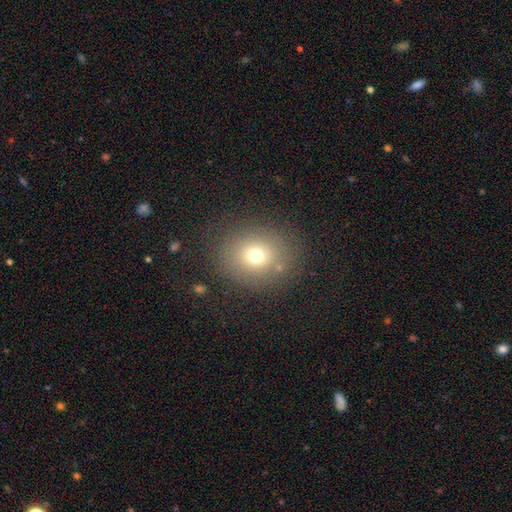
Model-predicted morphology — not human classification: A smooth galaxy with no disk features (70%) that is round (75%).

Vote fractions:
- Smooth or featured? smooth: 70% / star or artifact: 16% / featured or disk: 14%
- How rounded? round: 75% / in between: 24% / cigar-shaped: 1%
- Merging? none: 82% / minor disturbance: 10% / major disturbance: 5% / merger: 2%